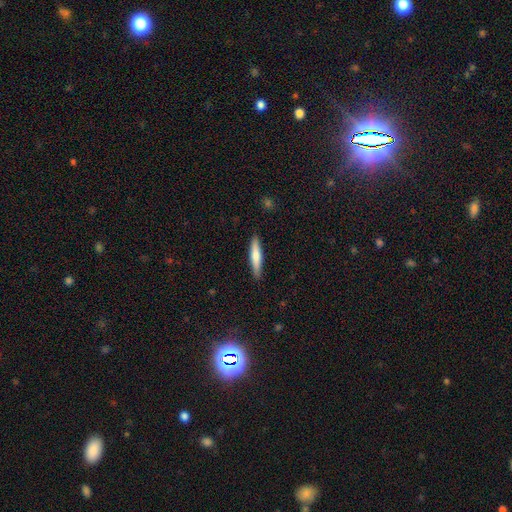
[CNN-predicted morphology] Smooth or featured: smooth — 67% (featured or disk — 28%)
How rounded: cigar-shaped — 88% (in between — 11%)
Merging: none — 90% (minor disturbance — 7%)